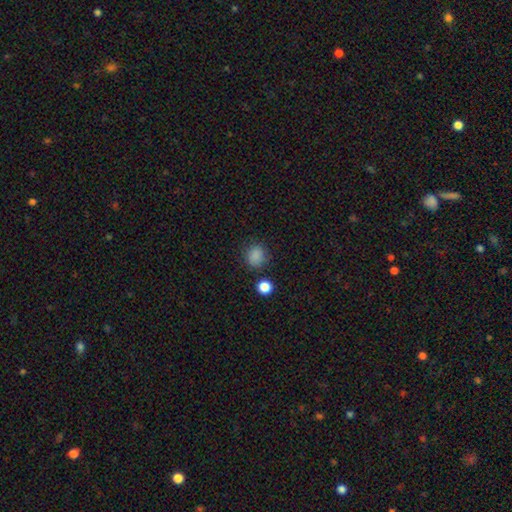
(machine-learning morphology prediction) Q: Smooth or featured?
A: smooth (84%); runner-up: star or artifact (13%)
Q: How rounded?
A: round (79%); runner-up: in between (20%)
Q: Merging?
A: none (82%); runner-up: minor disturbance (11%)